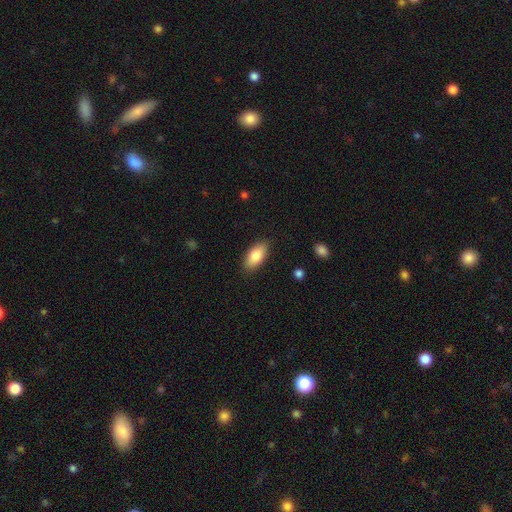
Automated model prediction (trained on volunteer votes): smooth-or-featured: smooth: 83% | featured or disk: 11% | star or artifact: 7%
  how-rounded: in between: 90% | cigar-shaped: 8% | round: 3%
  merging: none: 87% | minor disturbance: 10% | major disturbance: 2% | merger: 1%